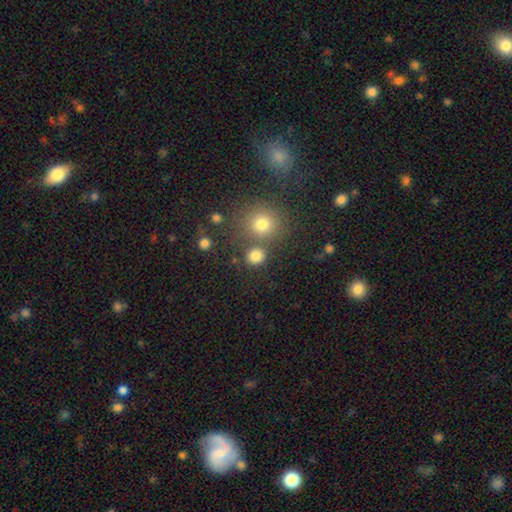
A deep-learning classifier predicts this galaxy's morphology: Smooth or featured: smooth — 80% (star or artifact — 15%)
How rounded: round — 88% (in between — 11%)
Merging: none — 75% (merger — 14%)